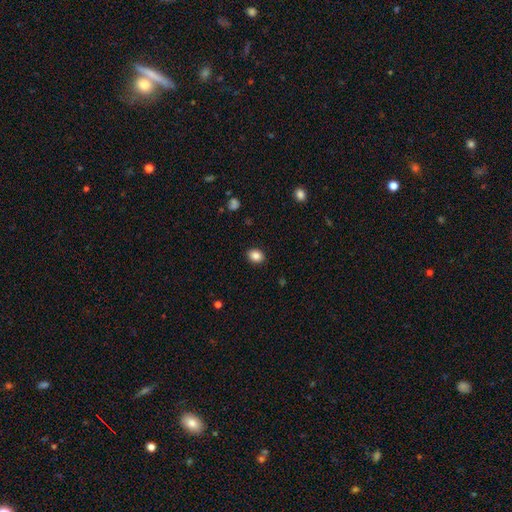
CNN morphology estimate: smooth_or_featured: smooth (p=0.86) [alt: star or artifact p=0.09]
how_rounded: round (p=0.52) [alt: in between p=0.47]
merging: none (p=0.90) [alt: minor disturbance p=0.07]